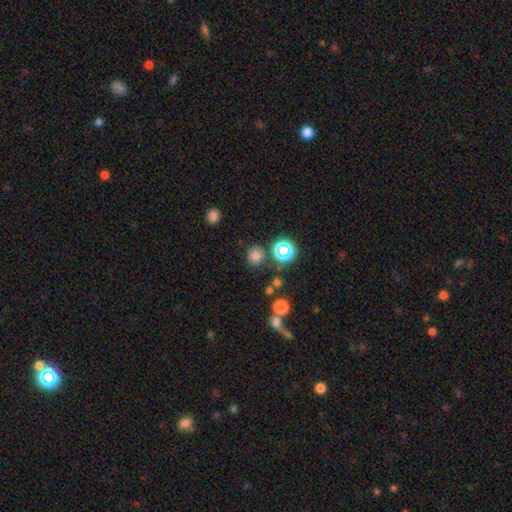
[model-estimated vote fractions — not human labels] Smooth or featured? smooth (70%)
How rounded? round (85%)
Merging? none (81%)